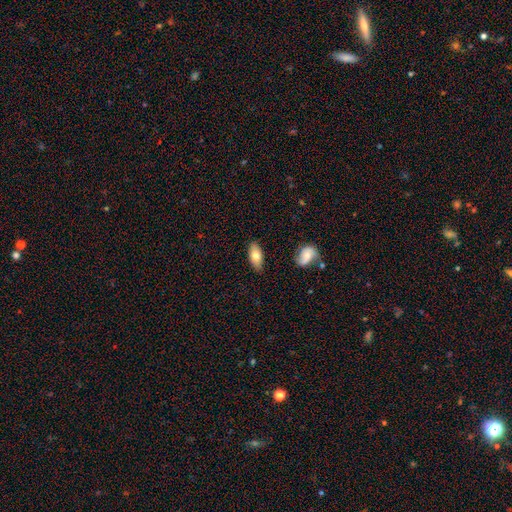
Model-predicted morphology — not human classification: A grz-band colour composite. It shows a smooth galaxy with no disk features (75%) that is in between round and cigar-shaped (90%). Merging: none (84%).